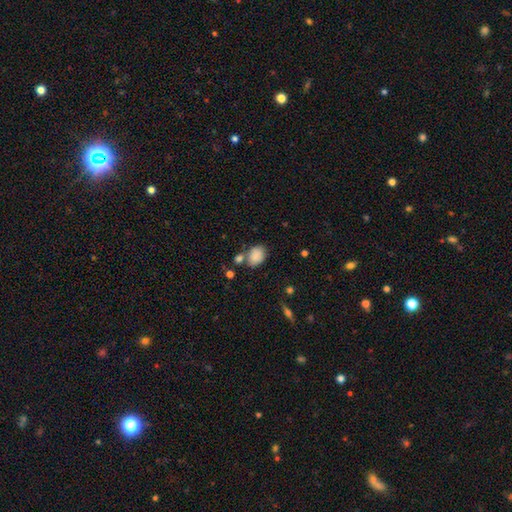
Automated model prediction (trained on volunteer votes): This appears to be a smooth galaxy with no disk features (85%) that is in between round and cigar-shaped (66%). Merging: none (57%).